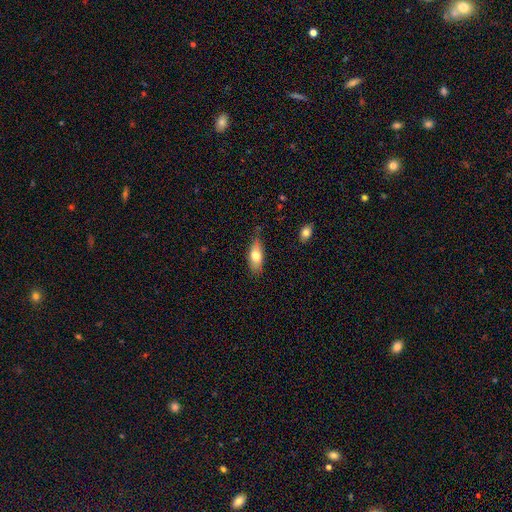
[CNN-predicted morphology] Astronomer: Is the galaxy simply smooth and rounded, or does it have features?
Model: smooth — 73%.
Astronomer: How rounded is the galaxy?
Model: in between — 79%.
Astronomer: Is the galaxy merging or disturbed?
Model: none — 66%.